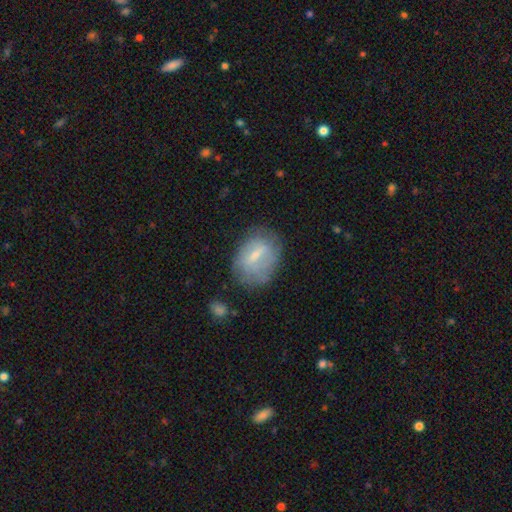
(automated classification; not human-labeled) Smooth or featured: smooth — 50% (featured or disk — 42%)
Merging: none — 61% (minor disturbance — 26%)